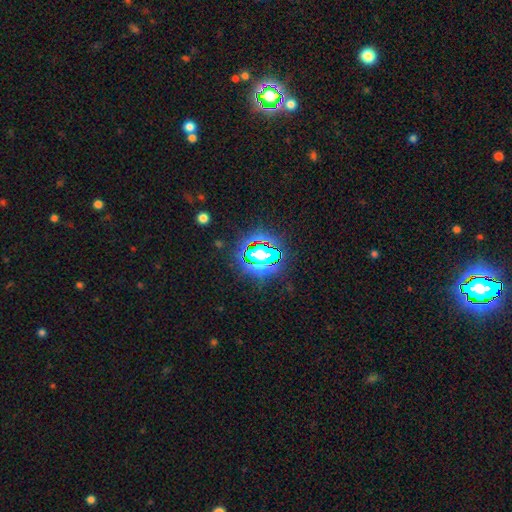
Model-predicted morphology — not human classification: Q: Smooth or featured?
A: star or artifact (82%); runner-up: smooth (11%)